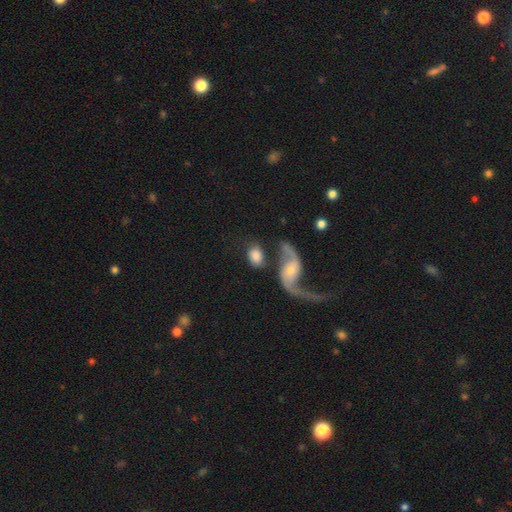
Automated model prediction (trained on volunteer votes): smooth-or-featured: smooth: 57% | featured or disk: 36% | star or artifact: 7%
  how-rounded: in between: 70% | round: 28% | cigar-shaped: 2%
  merging: none: 43% | merger: 28% | minor disturbance: 16% | major disturbance: 14%